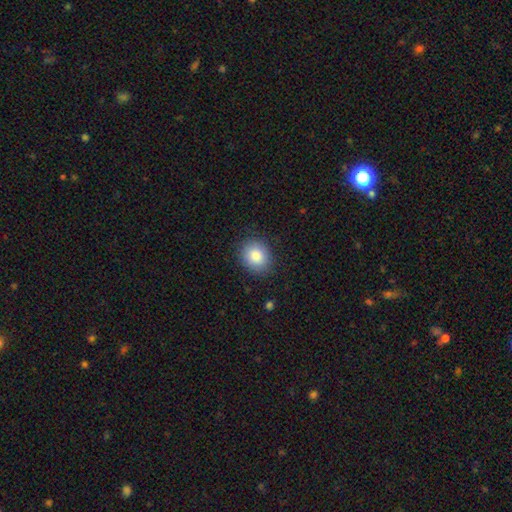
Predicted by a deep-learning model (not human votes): smooth 85%, star or artifact 8%, featured or disk 7%. Down the decision tree: how rounded — round (66%); merging — none (87%).